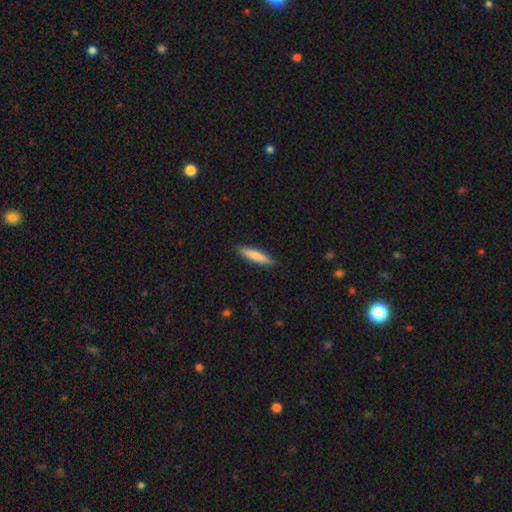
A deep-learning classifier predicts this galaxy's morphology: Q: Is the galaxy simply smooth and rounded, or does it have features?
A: smooth — 80%.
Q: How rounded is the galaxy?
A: cigar-shaped — 85%.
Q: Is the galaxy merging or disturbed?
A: none — 90%.